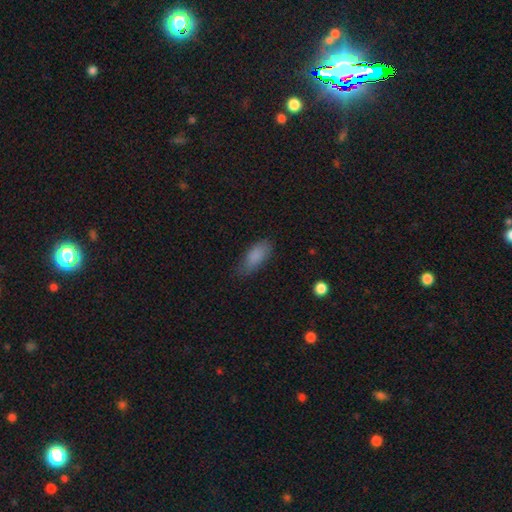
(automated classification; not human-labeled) smooth 85%, featured or disk 8%, star or artifact 7%. Down the decision tree: how rounded — in between (84%); merging — none (71%).